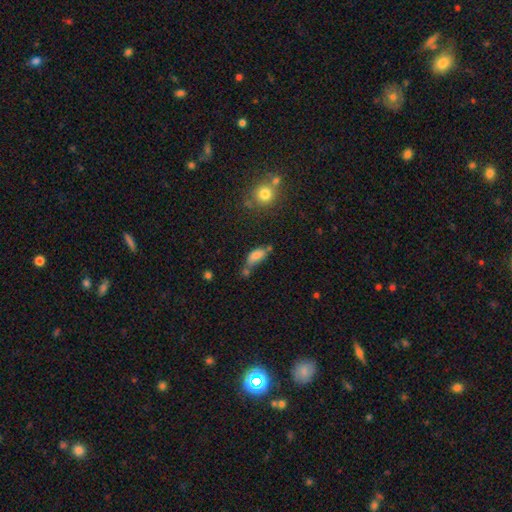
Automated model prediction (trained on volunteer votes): A smooth galaxy with no disk features (76%) that is in between round and cigar-shaped (83%). Merging: none (43%).